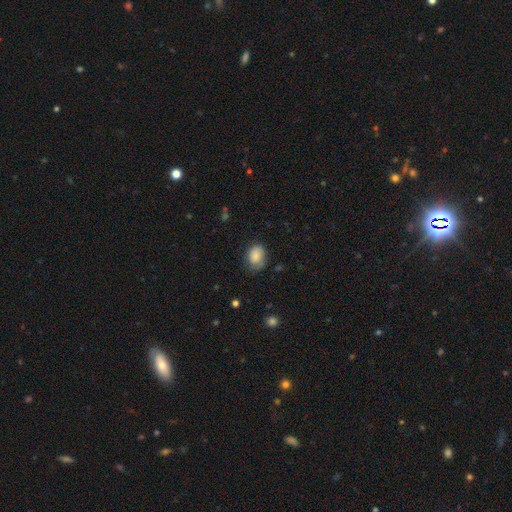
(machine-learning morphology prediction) This is clearly a smooth galaxy (82%). How rounded: likely in between (63%). Merging: likely none (64%).